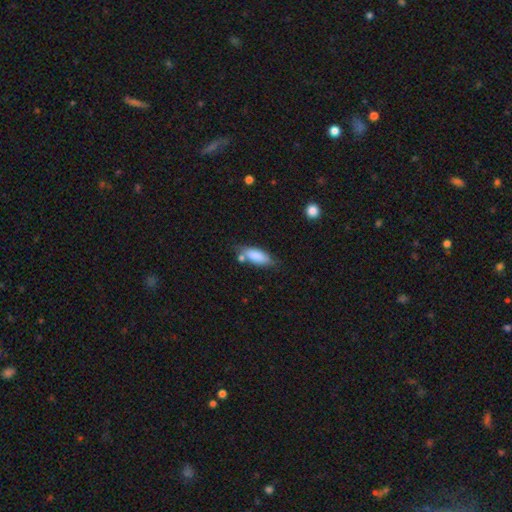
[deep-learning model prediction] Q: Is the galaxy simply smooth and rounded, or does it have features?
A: smooth — 84%.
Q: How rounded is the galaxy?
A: in between — 72%.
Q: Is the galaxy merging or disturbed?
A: none — 62%.